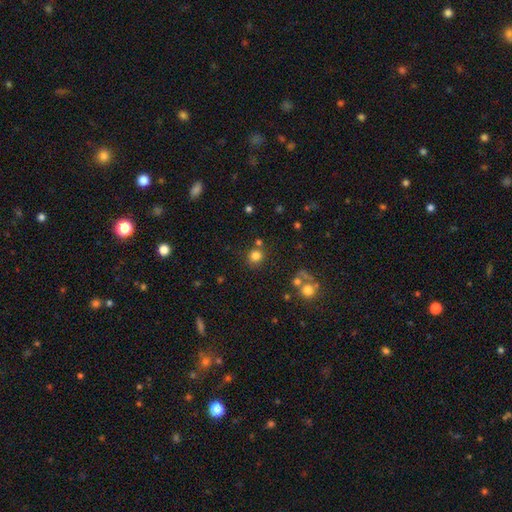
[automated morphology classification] This appears to be a smooth galaxy with no disk features (79%) that is round (89%). Merging: none (78%).